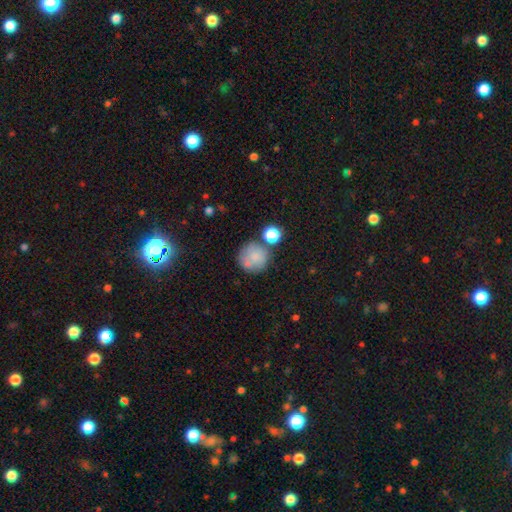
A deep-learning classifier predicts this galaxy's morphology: smooth-or-featured: smooth: 75% | featured or disk: 15% | star or artifact: 10%
  how-rounded: round: 93% | in between: 6% | cigar-shaped: 1%
  merging: none: 61% | merger: 18% | minor disturbance: 15% | major disturbance: 6%